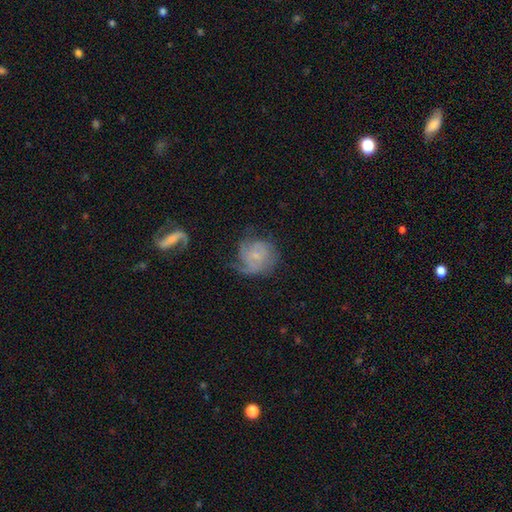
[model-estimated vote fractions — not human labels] smooth-or-featured: featured or disk: 65% | smooth: 26% | star or artifact: 9%
  disk-edge-on: no: 98% | yes: 2%
    bar: no: 73% | weak: 23% | strong: 4%
    has-spiral-arms: yes: 85% | no: 15%
      spiral-winding: tight: 44% | medium: 36% | loose: 19%
      spiral-arm-count: can't tell: 34% | 3: 22% | 2: 21% | 1: 10% | 4: 8% | more than 4: 5%
    bulge-size: small: 75% | moderate: 16% | none: 7% | large: 1% | dominant: 1%
  merging: none: 49% | minor disturbance: 25% | major disturbance: 23% | merger: 3%